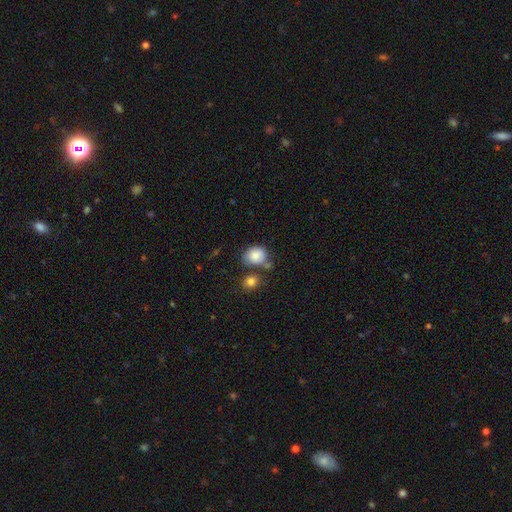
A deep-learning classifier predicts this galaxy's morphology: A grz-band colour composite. It shows a smooth galaxy with no disk features (82%) that is round (54%). Merging: none (51%).